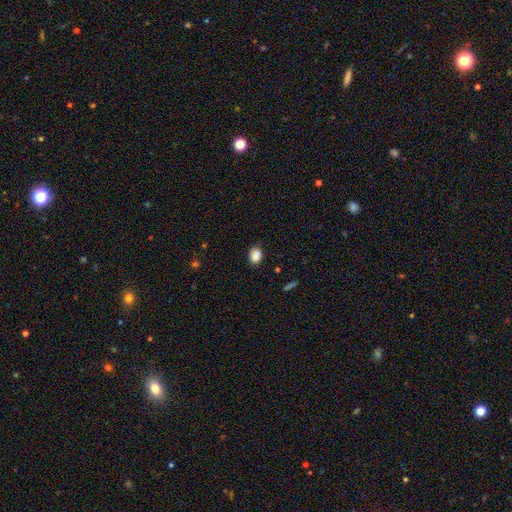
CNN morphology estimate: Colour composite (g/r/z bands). It shows a smooth galaxy with no disk features (86%) that is in between round and cigar-shaped (71%). Merging: none (77%).